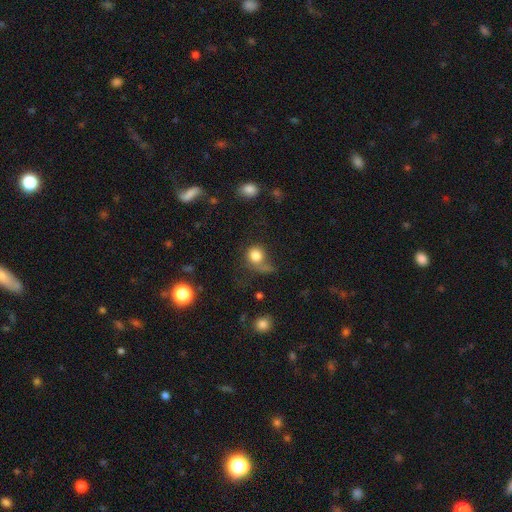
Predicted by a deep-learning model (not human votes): Overall: smooth (78%). How rounded: round (80%). Merging: none (36%; major disturbance 30%).